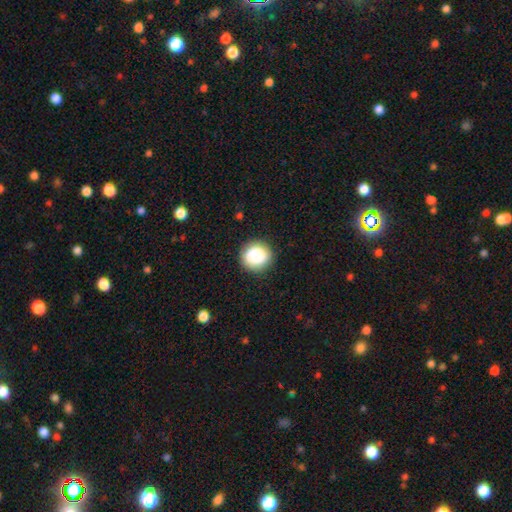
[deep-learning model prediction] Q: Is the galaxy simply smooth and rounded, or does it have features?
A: smooth — 86%.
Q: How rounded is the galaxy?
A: round — 93%.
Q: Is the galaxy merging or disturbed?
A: none — 90%.